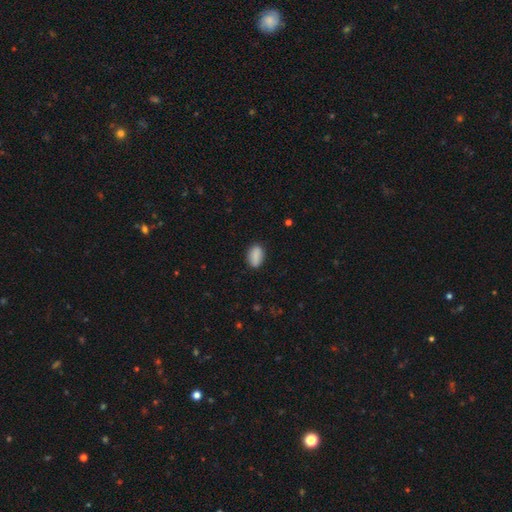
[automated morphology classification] smooth-or-featured: smooth: 87% | star or artifact: 7% | featured or disk: 6%
  how-rounded: in between: 89% | round: 8% | cigar-shaped: 3%
  merging: none: 85% | minor disturbance: 11% | major disturbance: 3% | merger: 1%